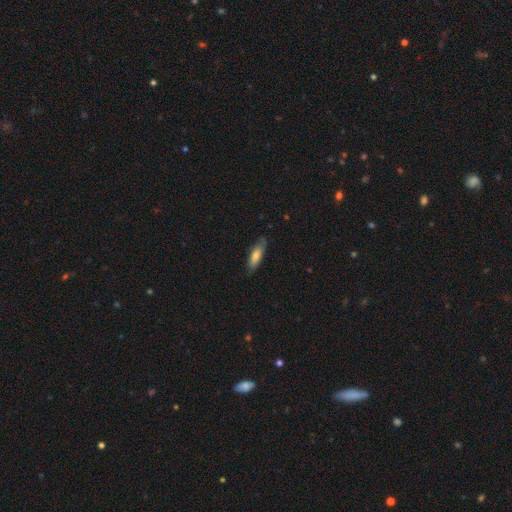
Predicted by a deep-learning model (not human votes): Smooth or featured: smooth — 67% (featured or disk — 27%)
How rounded: in between — 50% (cigar-shaped — 48%)
Merging: none — 77% (minor disturbance — 18%)